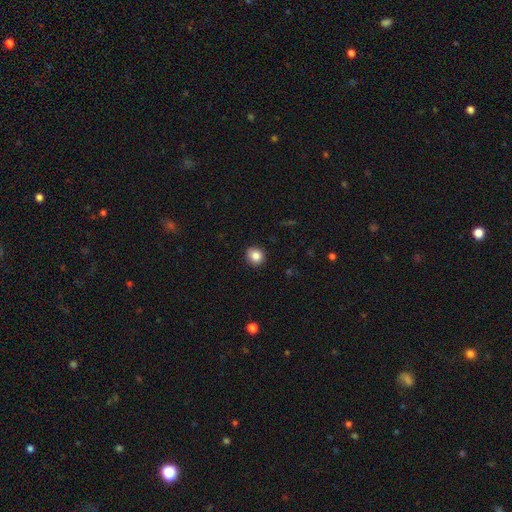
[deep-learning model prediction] A smooth galaxy with no disk features (86%) that is round (81%). Merging: none (89%).